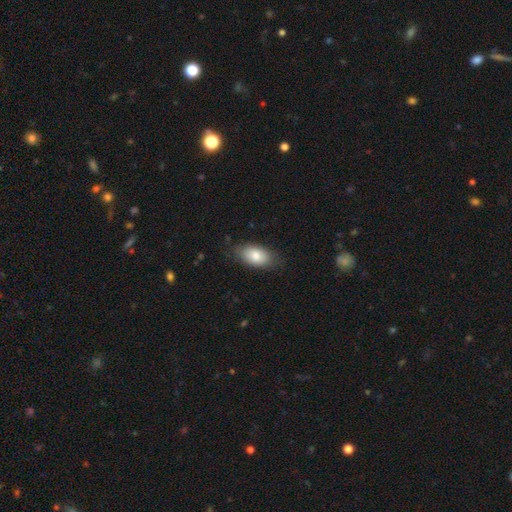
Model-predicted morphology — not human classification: Overall: smooth (81%). How rounded: in between (92%). Merging: none (79%).